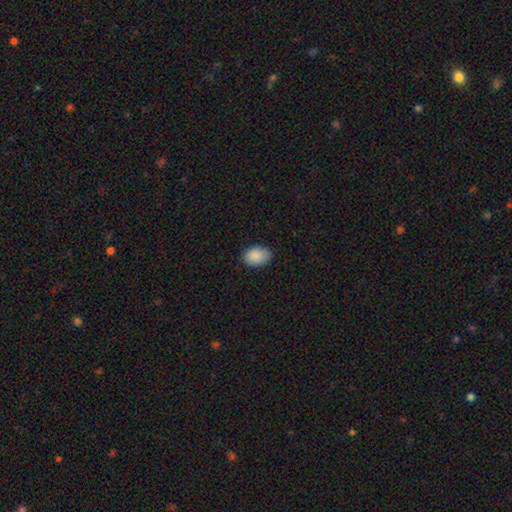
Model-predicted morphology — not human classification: Smooth or featured: smooth — 89% (star or artifact — 7%)
How rounded: in between — 82% (round — 17%)
Merging: none — 82% (minor disturbance — 14%)